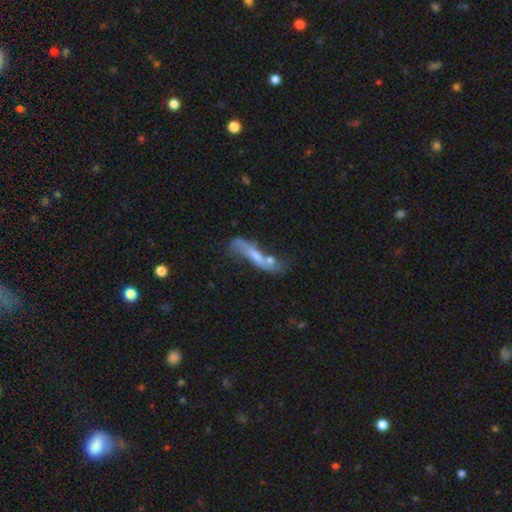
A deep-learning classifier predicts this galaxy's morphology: smooth-or-featured: smooth: 49% | featured or disk: 43% | star or artifact: 9%
  merging: none: 29% | merger: 28% | major disturbance: 23% | minor disturbance: 20%